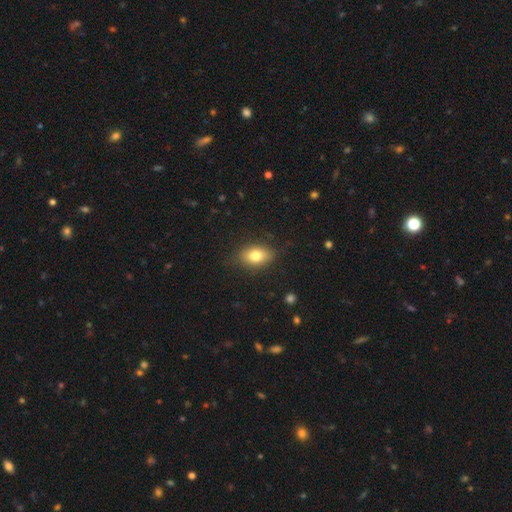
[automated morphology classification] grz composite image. It shows a smooth galaxy with no disk features (79%) that is in between round and cigar-shaped (82%). Merging: none (83%).